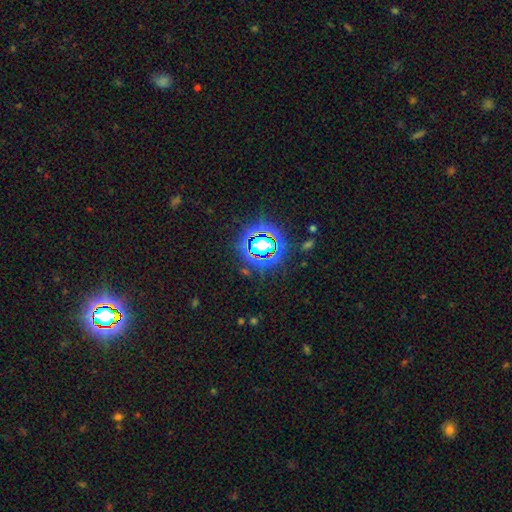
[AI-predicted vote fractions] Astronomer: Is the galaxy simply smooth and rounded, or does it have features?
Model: star or artifact — 81%.